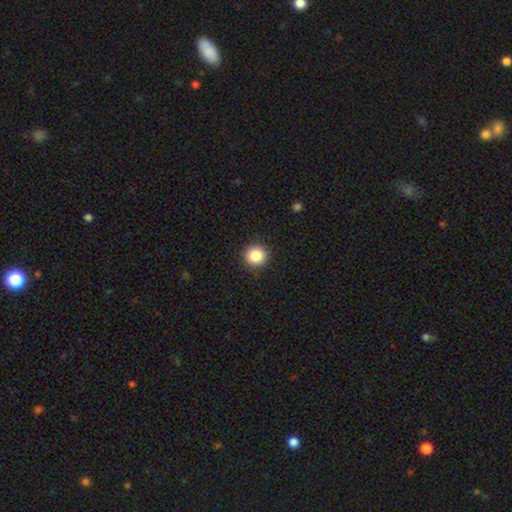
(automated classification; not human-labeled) This is clearly a smooth galaxy (86%). How rounded: clearly round (94%). Merging: clearly none (93%).